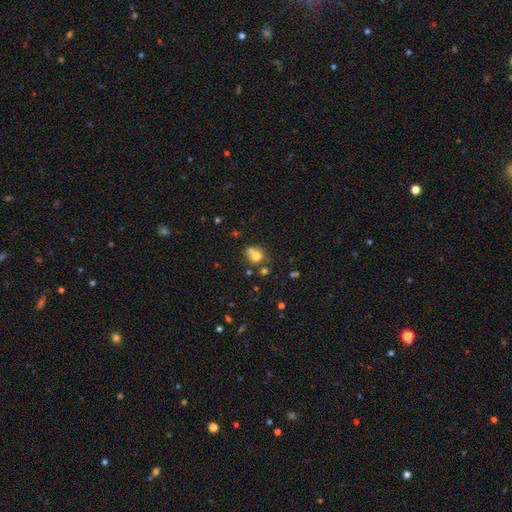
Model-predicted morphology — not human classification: A smooth galaxy with no disk features (71%) that is round (68%). Merging: merger (44%).